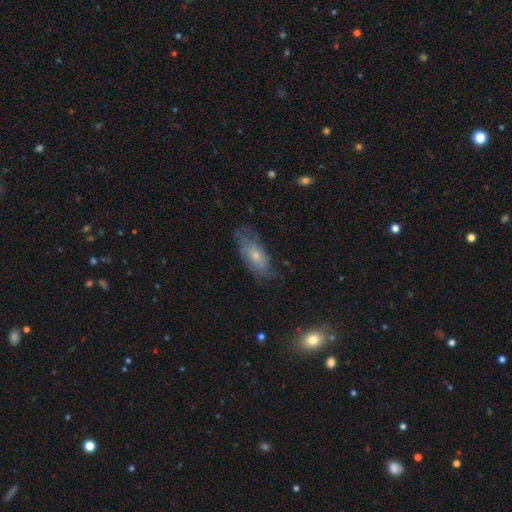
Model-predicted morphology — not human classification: Smooth or featured? featured or disk (53%)
Edge-on disk? no (87%)
Merging? none (62%)